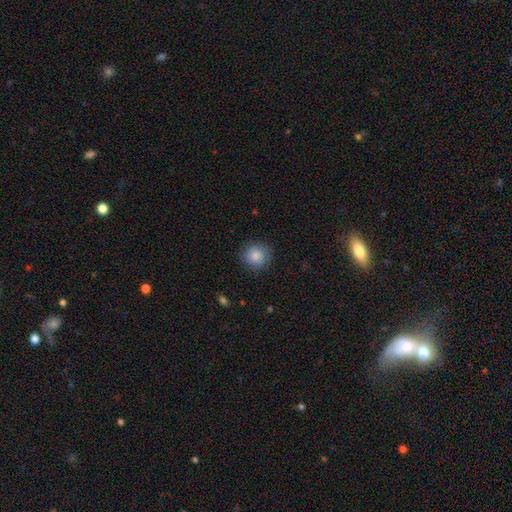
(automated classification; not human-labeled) Smooth or featured? smooth (86%)
How rounded? round (91%)
Merging? none (85%)